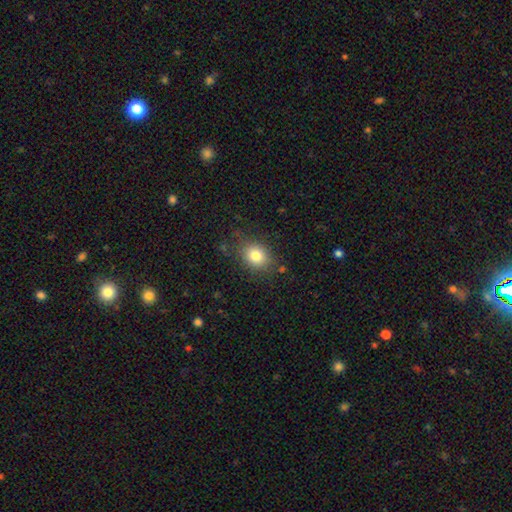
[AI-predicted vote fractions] Smooth or featured?
  - smooth: 80% *
  - star or artifact: 11%
  - featured or disk: 9%
How rounded?
  - round: 52% *
  - in between: 47%
  - cigar-shaped: 1%
Merging?
  - none: 80% *
  - minor disturbance: 13%
  - major disturbance: 4%
  - merger: 2%